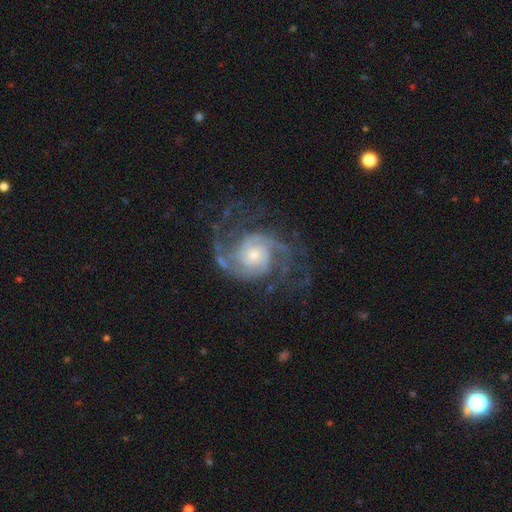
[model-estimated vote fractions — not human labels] Smooth or featured: featured or disk — 91% (star or artifact — 5%)
Edge-on disk: no — 98% (yes — 2%)
Bar: no — 68% (weak — 26%)
Spiral arms: yes — 98% (no — 2%)
Spiral winding: medium — 48% (tight — 38%)
Spiral arm count: 2 — 65% (3 — 12%)
Bulge size: small — 51% (moderate — 40%)
Merging: none — 70% (minor disturbance — 15%)